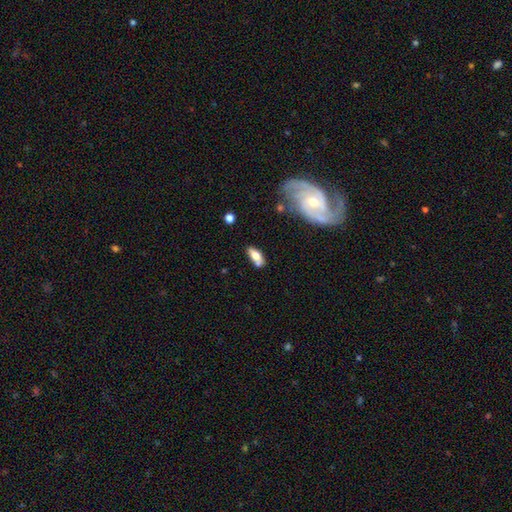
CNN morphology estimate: Smooth or featured?
  - smooth: 68% *
  - featured or disk: 25%
  - star or artifact: 7%
How rounded?
  - in between: 83% *
  - cigar-shaped: 13%
  - round: 3%
Merging?
  - none: 55% *
  - minor disturbance: 19%
  - merger: 19%
  - major disturbance: 6%